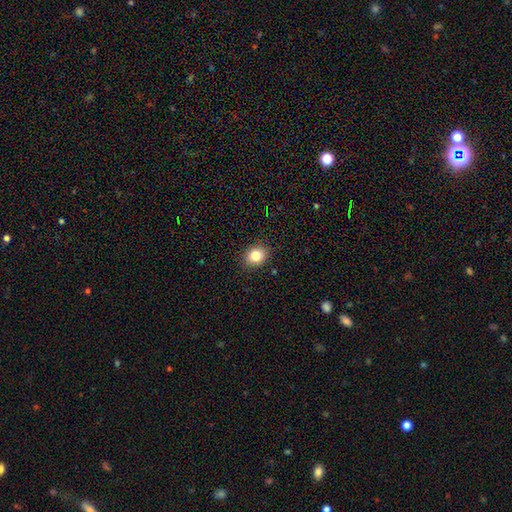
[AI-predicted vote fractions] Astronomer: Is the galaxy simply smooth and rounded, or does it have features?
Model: smooth — 83%.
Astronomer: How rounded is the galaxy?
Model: round — 61% (runner-up: in between, 38%).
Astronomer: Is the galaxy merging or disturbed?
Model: none — 89%.